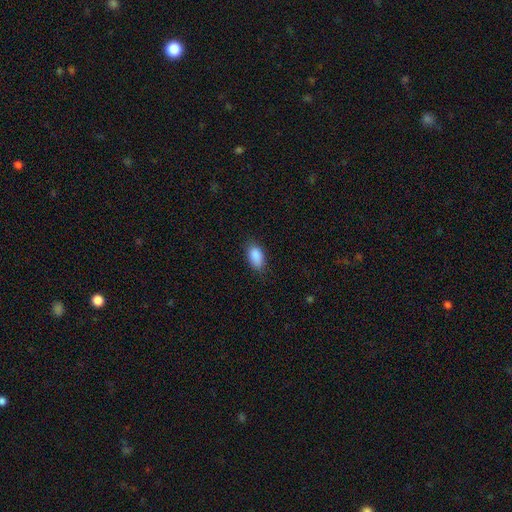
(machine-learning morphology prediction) A smooth galaxy with no disk features (89%) that is in between round and cigar-shaped (92%).

Vote fractions:
- Smooth or featured? smooth: 89% / star or artifact: 7% / featured or disk: 4%
- How rounded? in between: 92% / round: 5% / cigar-shaped: 3%
- Merging? none: 82% / minor disturbance: 14% / major disturbance: 3% / merger: 1%